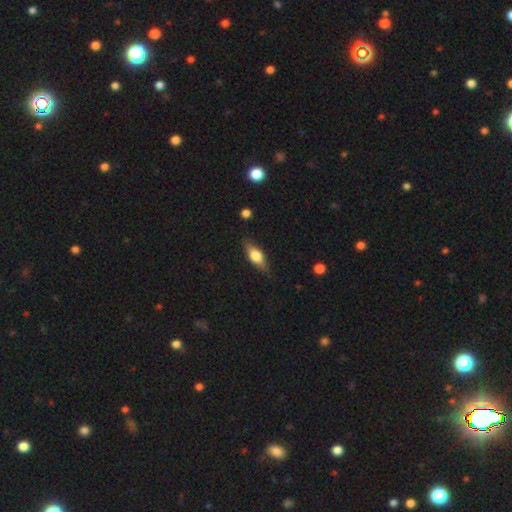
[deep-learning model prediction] Q: Smooth or featured?
A: smooth (50%); runner-up: featured or disk (43%)
Q: Merging?
A: none (82%); runner-up: minor disturbance (13%)